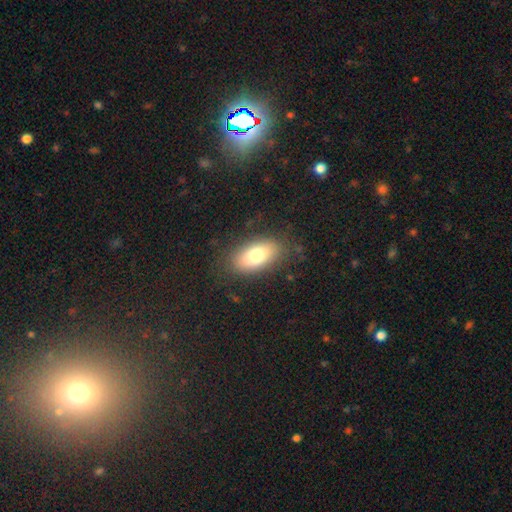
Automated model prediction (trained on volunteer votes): Smooth or featured: smooth — 76% (featured or disk — 16%)
How rounded: in between — 90% (cigar-shaped — 5%)
Merging: none — 82% (minor disturbance — 12%)